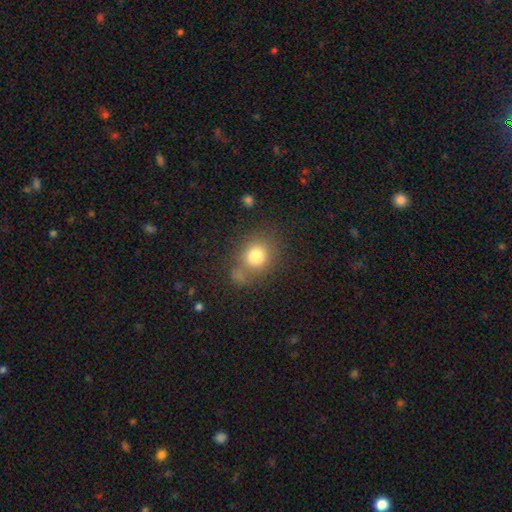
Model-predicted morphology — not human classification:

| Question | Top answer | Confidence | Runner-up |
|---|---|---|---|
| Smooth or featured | smooth | 79% | star or artifact (11%) |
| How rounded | round | 72% | in between (27%) |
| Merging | none | 62% | minor disturbance (16%) |